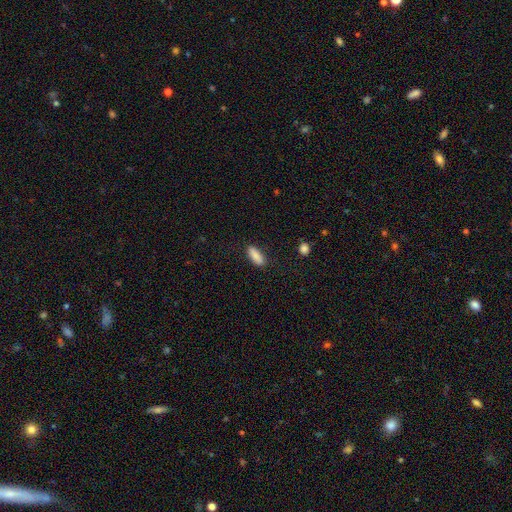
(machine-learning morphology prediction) smooth_or_featured: smooth (p=0.88) [alt: star or artifact p=0.07]
how_rounded: in between (p=0.66) [alt: cigar-shaped p=0.32]
merging: none (p=0.86) [alt: minor disturbance p=0.10]